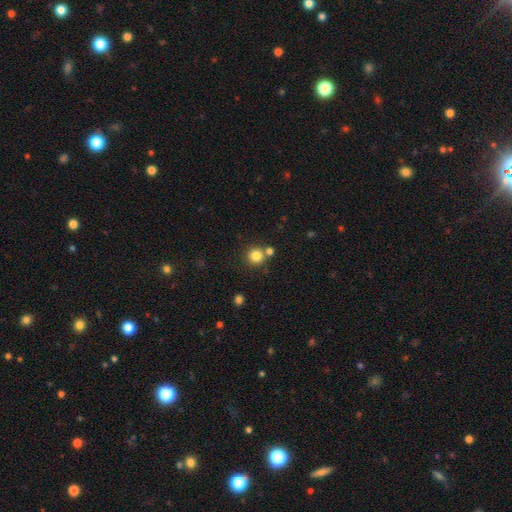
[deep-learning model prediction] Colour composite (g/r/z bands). It shows a smooth galaxy with no disk features (83%) that is round (93%). Merging: none (73%).